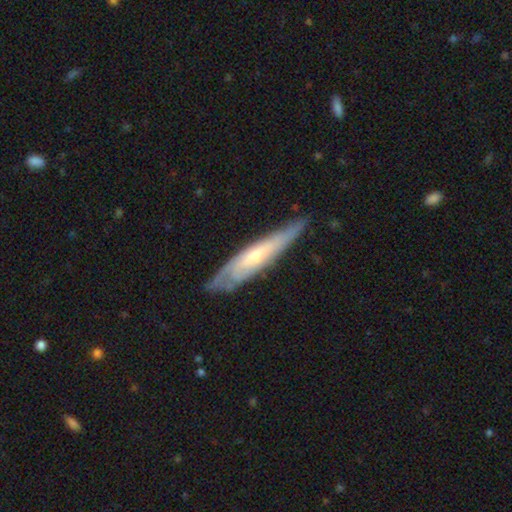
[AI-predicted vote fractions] Smooth or featured? Predicted: featured or disk (p=0.65). Edge-on disk? Predicted: yes (p=0.57). Merging? Predicted: none (p=0.73).